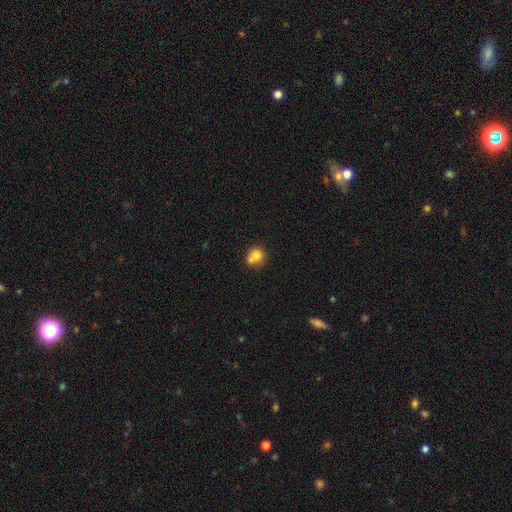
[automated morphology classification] smooth 76%, featured or disk 14%, star or artifact 10%. Down the decision tree: how rounded — round (79%); merging — none (42%).